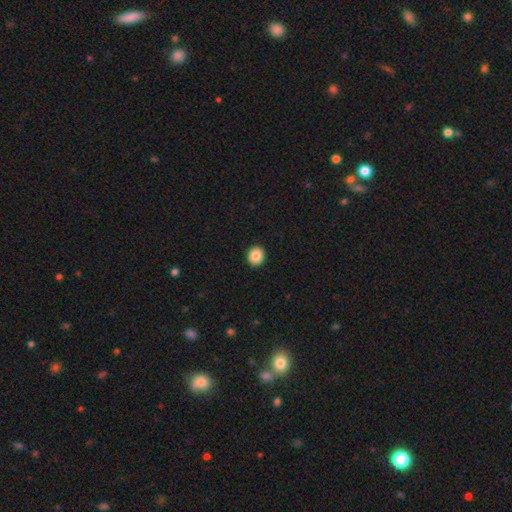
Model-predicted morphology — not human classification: Smooth or featured? Predicted: smooth (p=0.87). How rounded? Predicted: round (p=0.82). Merging? Predicted: none (p=0.93).